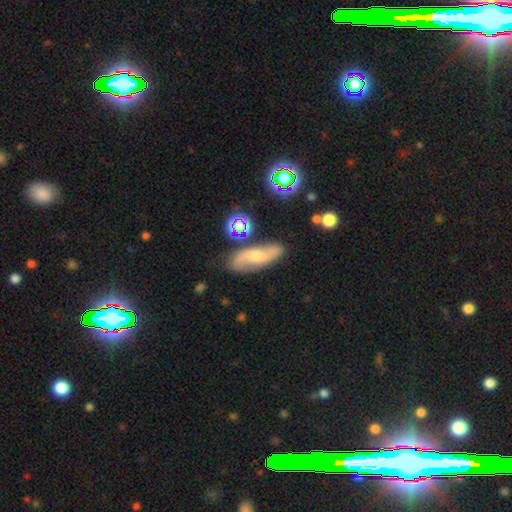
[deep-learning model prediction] Smooth or featured?
  - featured or disk: 65% *
  - smooth: 24%
  - star or artifact: 11%
Edge-on disk?
  - no: 87% *
  - yes: 13%
Bar?
  - no: 52% *
  - weak: 37%
  - strong: 11%
Spiral arms?
  - yes: 91% *
  - no: 9%
Spiral winding?
  - loose: 51% *
  - medium: 35%
  - tight: 14%
Spiral arm count?
  - 2: 88% *
  - can't tell: 7%
  - 1: 2%
  - 3: 1%
  - 4: 1%
  - more than 4: 1%
Bulge size?
  - moderate: 47% *
  - small: 41%
  - none: 5%
  - large: 4%
  - dominant: 1%
Merging?
  - none: 77% *
  - minor disturbance: 14%
  - merger: 5%
  - major disturbance: 4%